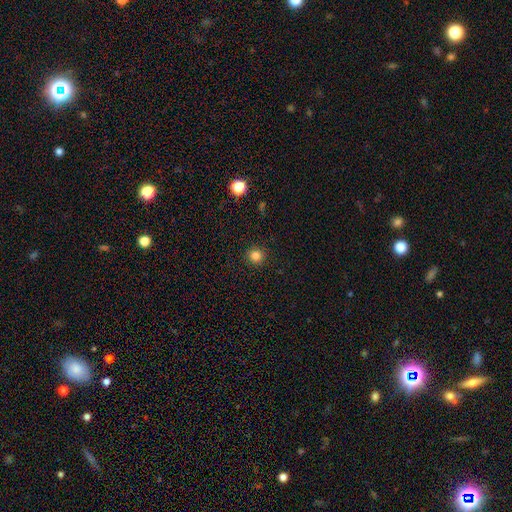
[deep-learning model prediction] smooth_or_featured: smooth (p=0.82) [alt: star or artifact p=0.13]
how_rounded: round (p=0.93) [alt: in between p=0.06]
merging: none (p=0.93) [alt: minor disturbance p=0.05]